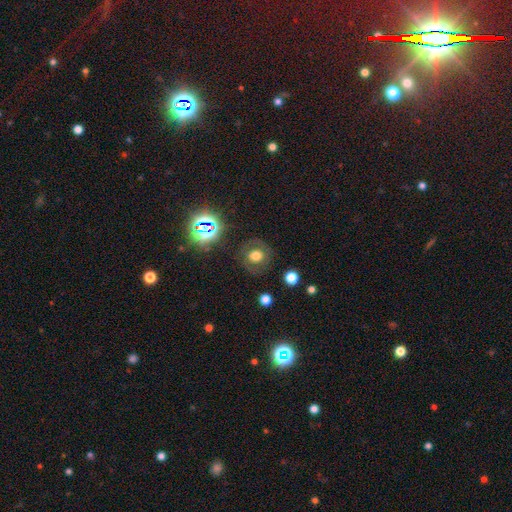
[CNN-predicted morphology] This is possibly a smooth galaxy (56%). How rounded: clearly round (86%). Merging: clearly none (81%).